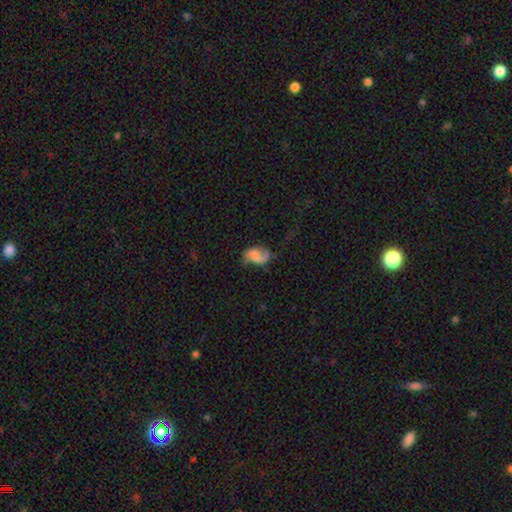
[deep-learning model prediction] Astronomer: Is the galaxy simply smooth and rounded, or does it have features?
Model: featured or disk — 55% (runner-up: smooth, 36%).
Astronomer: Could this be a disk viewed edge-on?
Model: no — 97%.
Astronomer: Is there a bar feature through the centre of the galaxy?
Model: no — 50% (runner-up: weak, 39%).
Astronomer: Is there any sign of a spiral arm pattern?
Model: yes — 89%.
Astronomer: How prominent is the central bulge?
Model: none — 38% (runner-up: small, 25%).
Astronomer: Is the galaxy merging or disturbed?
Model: none — 53%.